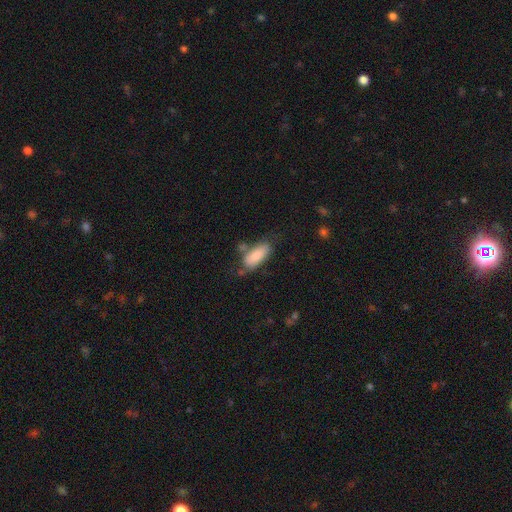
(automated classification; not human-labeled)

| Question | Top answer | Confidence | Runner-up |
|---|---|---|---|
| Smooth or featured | smooth | 77% | featured or disk (16%) |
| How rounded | in between | 81% | cigar-shaped (17%) |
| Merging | none | 55% | minor disturbance (24%) |